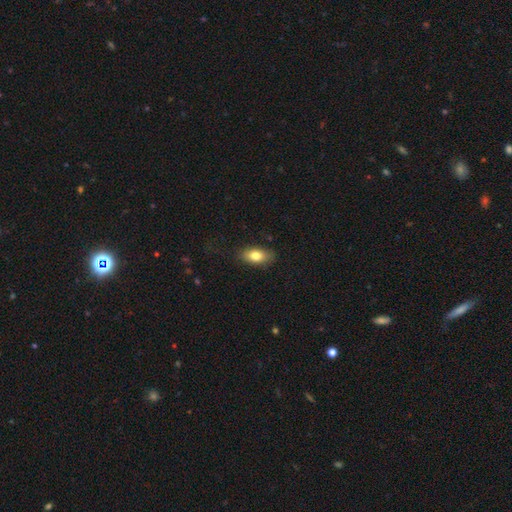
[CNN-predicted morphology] A smooth galaxy with no disk features (79%) that is in between round and cigar-shaped (88%).

Vote fractions:
- Smooth or featured? smooth: 79% / featured or disk: 13% / star or artifact: 7%
- How rounded? in between: 88% / round: 6% / cigar-shaped: 6%
- Merging? none: 83% / minor disturbance: 13% / major disturbance: 3% / merger: 1%